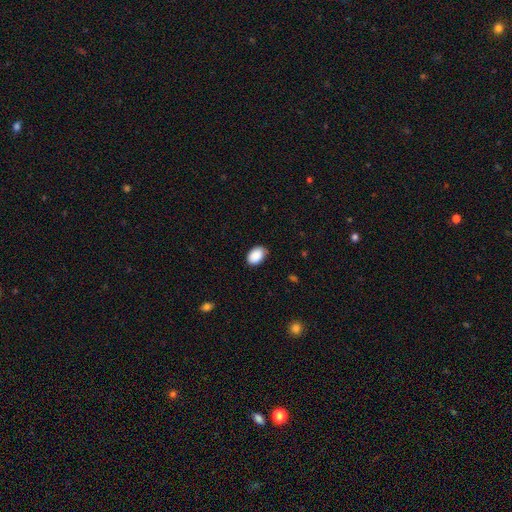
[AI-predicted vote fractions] smooth_or_featured: smooth (p=0.90) [alt: star or artifact p=0.06]
how_rounded: in between (p=0.87) [alt: round p=0.12]
merging: none (p=0.82) [alt: minor disturbance p=0.15]